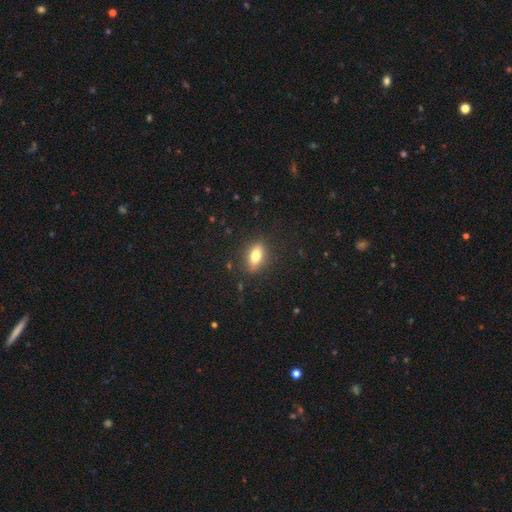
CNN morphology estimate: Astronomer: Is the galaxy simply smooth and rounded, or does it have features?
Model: smooth — 74%.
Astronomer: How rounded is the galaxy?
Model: in between — 80%.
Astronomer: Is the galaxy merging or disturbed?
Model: none — 86%.